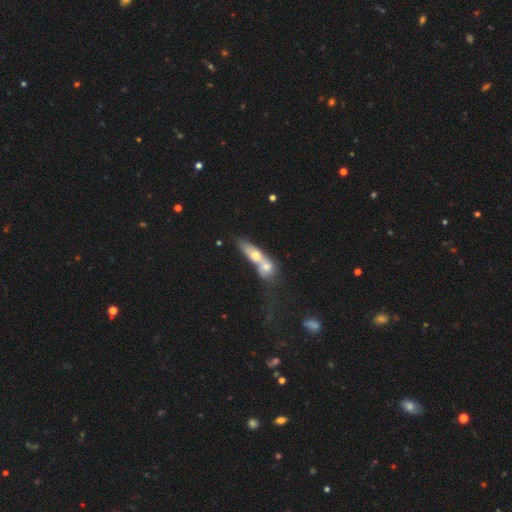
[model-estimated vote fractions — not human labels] Smooth or featured? smooth (54%)
How rounded? in between (46%)
Merging? merger (76%)